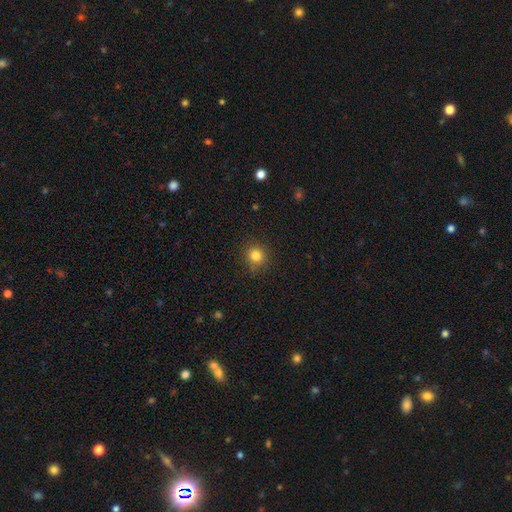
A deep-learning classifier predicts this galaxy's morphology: This appears to be a smooth galaxy with no disk features (82%) that is round (88%). Merging: none (87%).